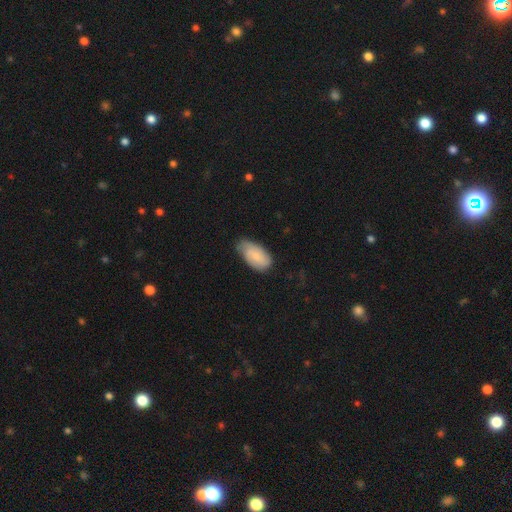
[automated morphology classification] smooth-or-featured: smooth: 65% | featured or disk: 29% | star or artifact: 6%
  how-rounded: in between: 94% | round: 3% | cigar-shaped: 3%
  merging: none: 58% | minor disturbance: 34% | major disturbance: 7% | merger: 1%